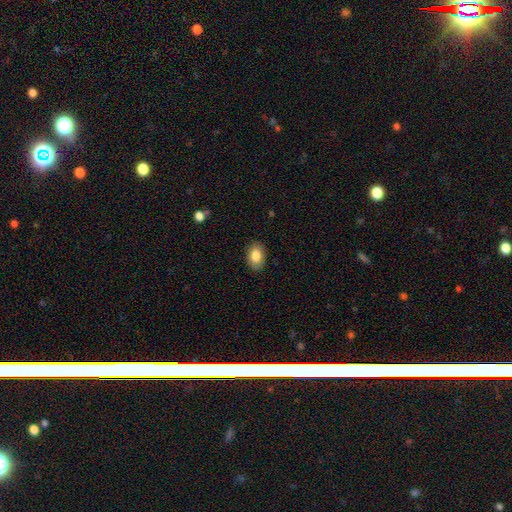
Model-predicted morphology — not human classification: This is clearly a smooth galaxy (84%). How rounded: clearly in between (85%). Merging: clearly none (88%).